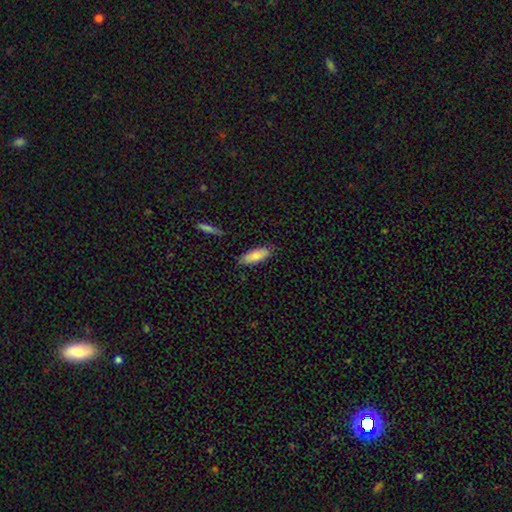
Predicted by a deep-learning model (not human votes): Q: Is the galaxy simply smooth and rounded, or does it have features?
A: smooth — 81%.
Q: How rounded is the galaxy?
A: in between — 72%.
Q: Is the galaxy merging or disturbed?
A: none — 81%.